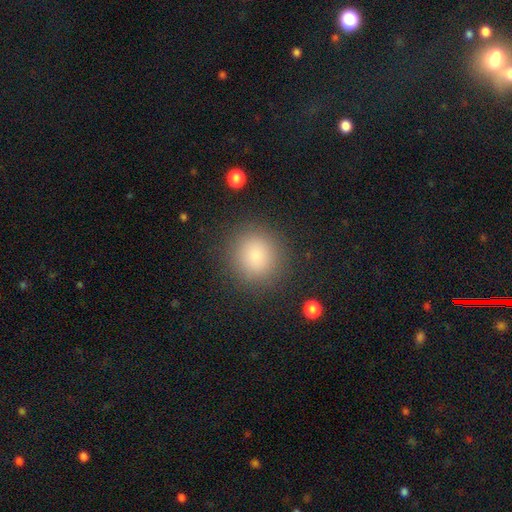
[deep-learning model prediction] Smooth or featured?
  - smooth: 84% *
  - star or artifact: 10%
  - featured or disk: 5%
How rounded?
  - round: 88% *
  - in between: 11%
  - cigar-shaped: 1%
Merging?
  - none: 88% *
  - minor disturbance: 7%
  - major disturbance: 3%
  - merger: 1%